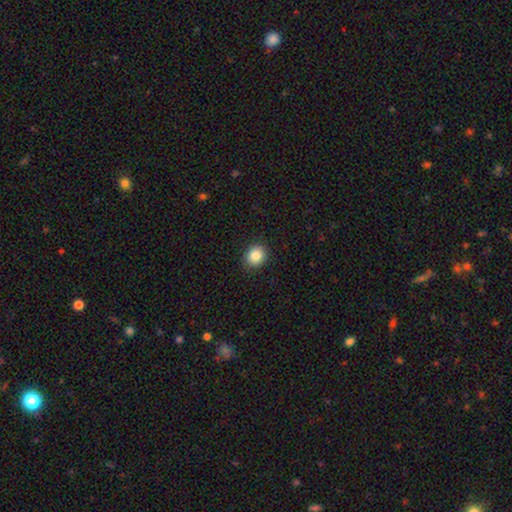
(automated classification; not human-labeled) smooth_or_featured: smooth (p=0.85) [alt: star or artifact p=0.09]
how_rounded: round (p=0.75) [alt: in between p=0.25]
merging: none (p=0.90) [alt: minor disturbance p=0.08]